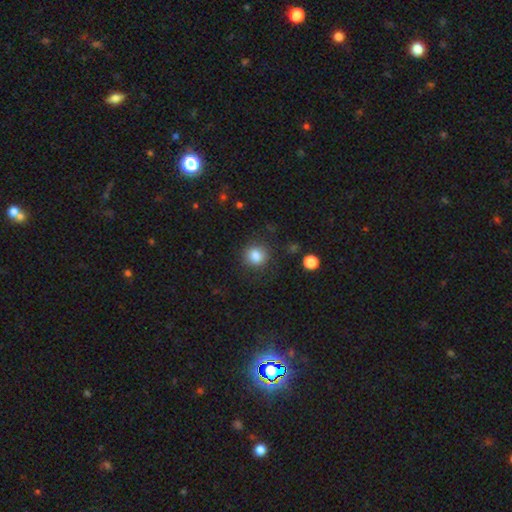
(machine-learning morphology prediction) The model was most divided on "how rounded": round: 85%, in between: 14%, cigar-shaped: 1%. More confident: smooth or featured — smooth (84%); merging — none (84%).